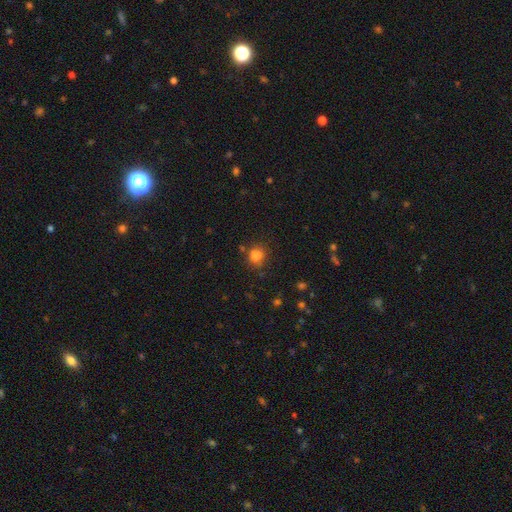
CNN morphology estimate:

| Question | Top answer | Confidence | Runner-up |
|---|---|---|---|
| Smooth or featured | smooth | 77% | star or artifact (14%) |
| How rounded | round | 71% | in between (28%) |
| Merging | none | 60% | minor disturbance (17%) |